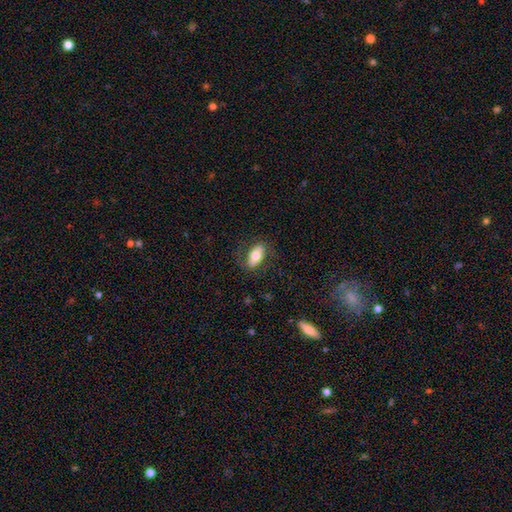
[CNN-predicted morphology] Q: Smooth or featured?
A: smooth (69%); runner-up: featured or disk (25%)
Q: How rounded?
A: in between (88%); runner-up: cigar-shaped (8%)
Q: Merging?
A: none (77%); runner-up: minor disturbance (15%)